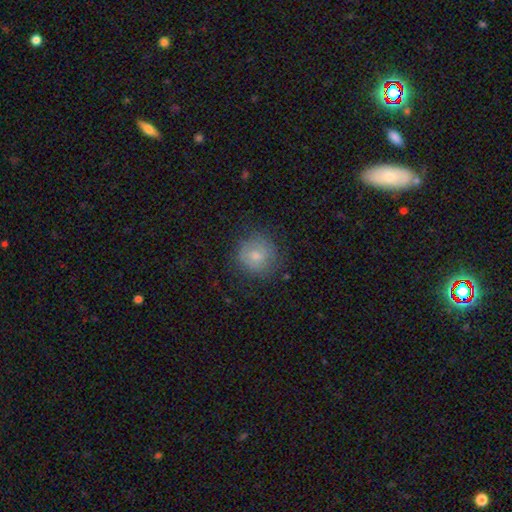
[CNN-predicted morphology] Smooth or featured: smooth — 72% (featured or disk — 20%)
How rounded: round — 91% (in between — 8%)
Merging: none — 77% (minor disturbance — 16%)